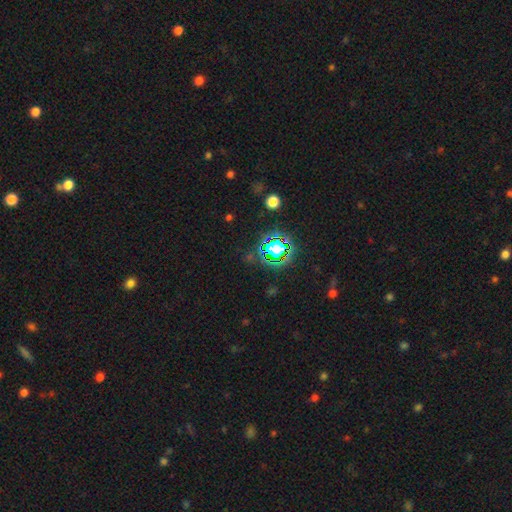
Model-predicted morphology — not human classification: This appears to be a star or artifact, not a galaxy (80%).